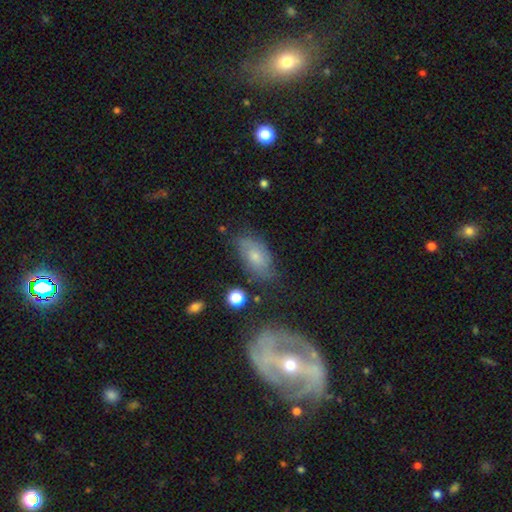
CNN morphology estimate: A smooth galaxy with no disk features (45%).

Vote fractions:
- Smooth or featured? smooth: 45% / featured or disk: 43% / star or artifact: 12%
- Merging? none: 64% / minor disturbance: 22% / major disturbance: 10% / merger: 4%